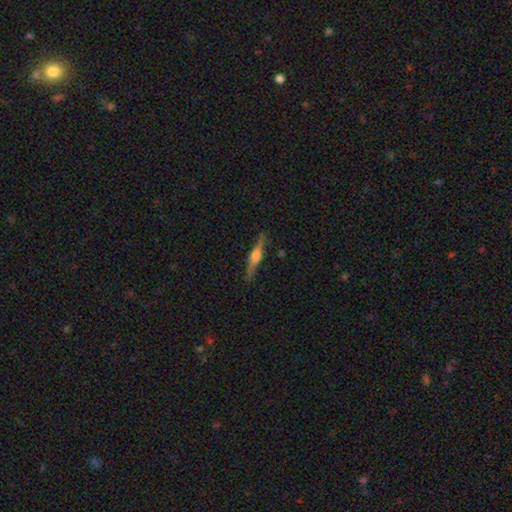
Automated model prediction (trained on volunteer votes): Smooth or featured? featured or disk (73%)
Edge-on disk? yes (97%)
Edge-on bulge? rounded (89%)
Merging? none (88%)